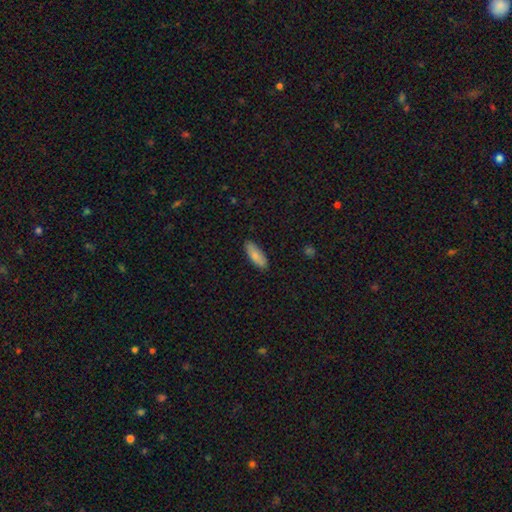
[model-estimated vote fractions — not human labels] Smooth or featured? Predicted: smooth (p=0.85). How rounded? Predicted: in between (p=0.64). Merging? Predicted: none (p=0.88).